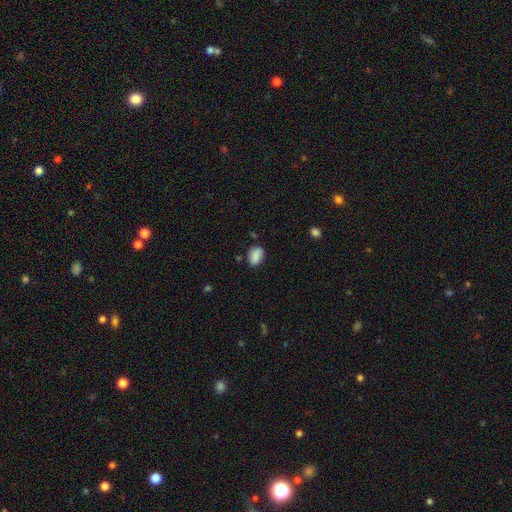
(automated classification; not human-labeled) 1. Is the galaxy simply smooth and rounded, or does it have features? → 85% smooth, 8% star or artifact, 7% featured or disk.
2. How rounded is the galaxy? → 85% in between, 14% round, 2% cigar-shaped.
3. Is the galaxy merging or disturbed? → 72% none, 20% minor disturbance, 5% major disturbance, 3% merger.